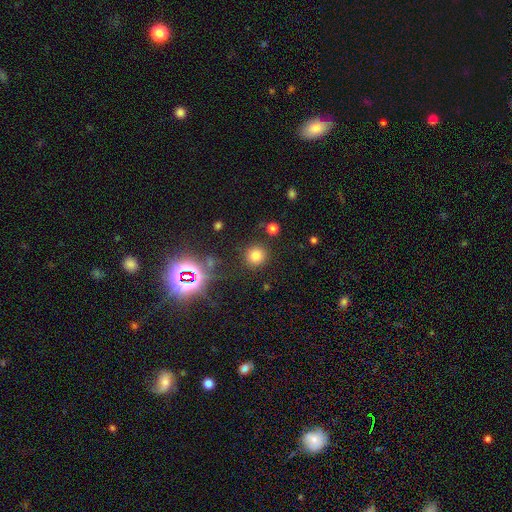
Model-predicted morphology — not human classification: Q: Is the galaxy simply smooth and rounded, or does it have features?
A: smooth — 73%.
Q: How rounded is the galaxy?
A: round — 92%.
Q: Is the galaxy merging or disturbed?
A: none — 87%.